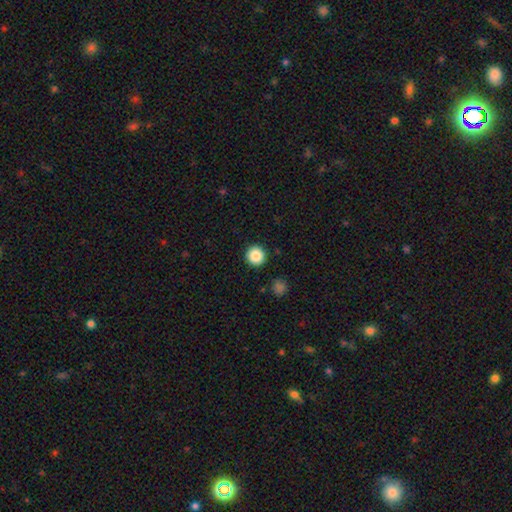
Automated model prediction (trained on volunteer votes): smooth_or_featured: smooth (p=0.87) [alt: star or artifact p=0.09]
how_rounded: round (p=0.96) [alt: in between p=0.04]
merging: none (p=0.92) [alt: minor disturbance p=0.04]